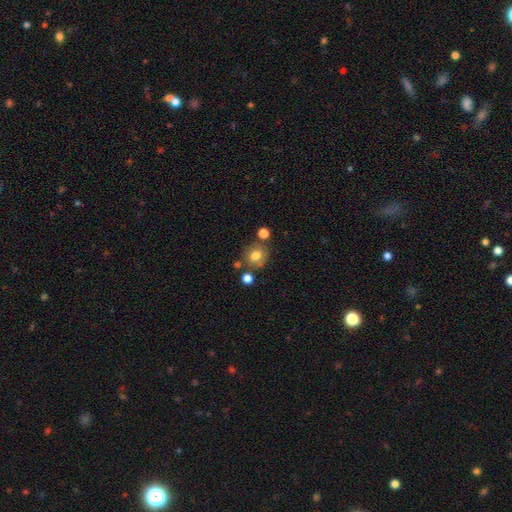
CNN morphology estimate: This is likely a smooth galaxy (73%). How rounded: likely round (74%). Merging: likely none (69%).